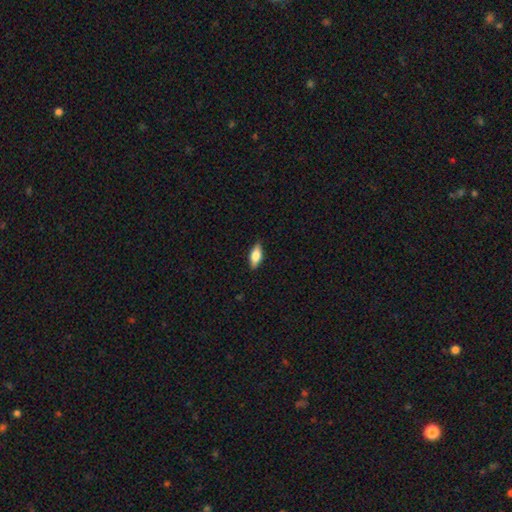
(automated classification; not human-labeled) Overall: smooth (71%). How rounded: in between (79%). Merging: none (86%).